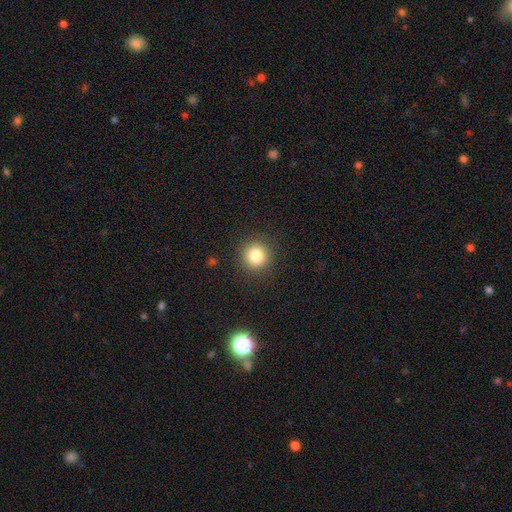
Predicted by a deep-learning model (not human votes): Smooth or featured: smooth — 82% (star or artifact — 12%)
How rounded: round — 94% (in between — 5%)
Merging: none — 91% (minor disturbance — 6%)